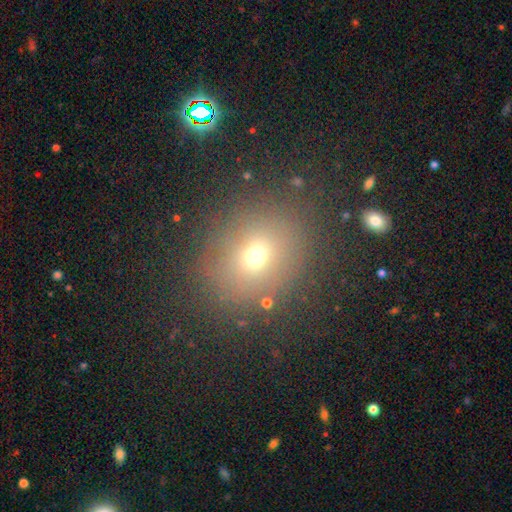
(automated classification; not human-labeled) Smooth or featured?
  - smooth: 66% *
  - star or artifact: 22%
  - featured or disk: 13%
How rounded?
  - round: 73% *
  - in between: 26%
  - cigar-shaped: 1%
Merging?
  - none: 81% *
  - minor disturbance: 10%
  - major disturbance: 6%
  - merger: 3%